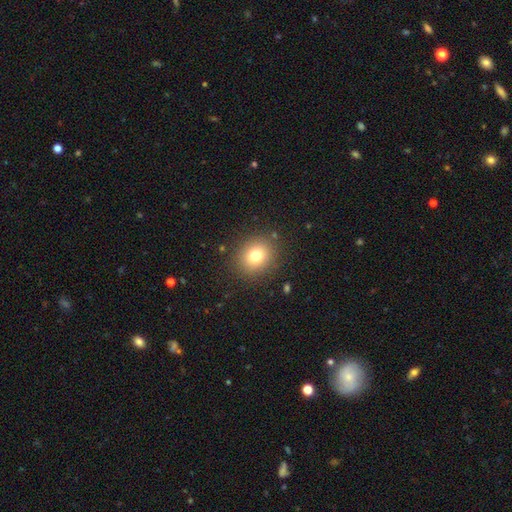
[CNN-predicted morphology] Smooth or featured? Predicted: smooth (p=0.76). How rounded? Predicted: round (p=0.76). Merging? Predicted: none (p=0.87).